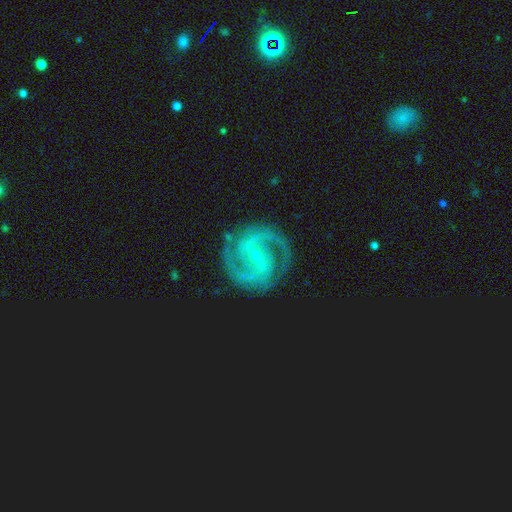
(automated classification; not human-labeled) smooth_or_featured: featured or disk (p=0.90) [alt: star or artifact p=0.06]
disk_edge_on: no (p=0.98) [alt: yes p=0.02]
bar: strong (p=0.49) [alt: weak p=0.36]
has_spiral_arms: yes (p=0.98) [alt: no p=0.02]
spiral_winding: medium (p=0.50) [alt: tight p=0.42]
spiral_arm_count: 2 (p=0.84) [alt: 3 p=0.06]
bulge_size: small (p=0.81) [alt: moderate p=0.15]
merging: none (p=0.82) [alt: minor disturbance p=0.12]